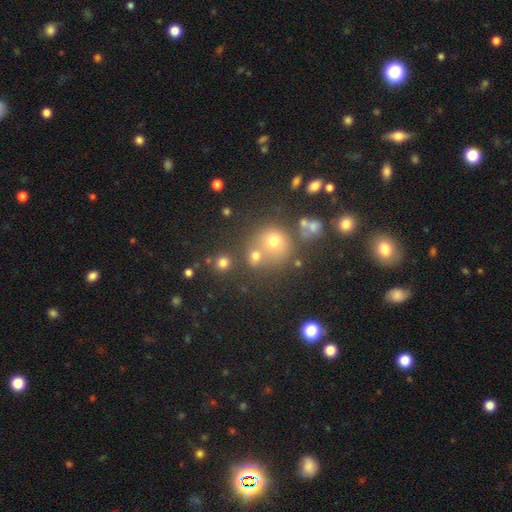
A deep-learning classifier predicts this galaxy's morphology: A smooth galaxy with no disk features (70%) that is round (83%).

Vote fractions:
- Smooth or featured? smooth: 70% / star or artifact: 18% / featured or disk: 11%
- How rounded? round: 83% / in between: 15% / cigar-shaped: 1%
- Merging? none: 55% / merger: 31% / minor disturbance: 9% / major disturbance: 5%